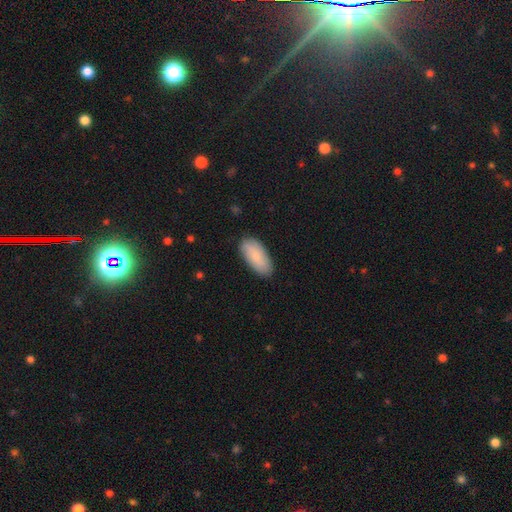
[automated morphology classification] Smooth or featured?
  - smooth: 81% *
  - featured or disk: 13%
  - star or artifact: 6%
How rounded?
  - in between: 90% *
  - cigar-shaped: 8%
  - round: 2%
Merging?
  - none: 86% *
  - minor disturbance: 11%
  - major disturbance: 2%
  - merger: 1%